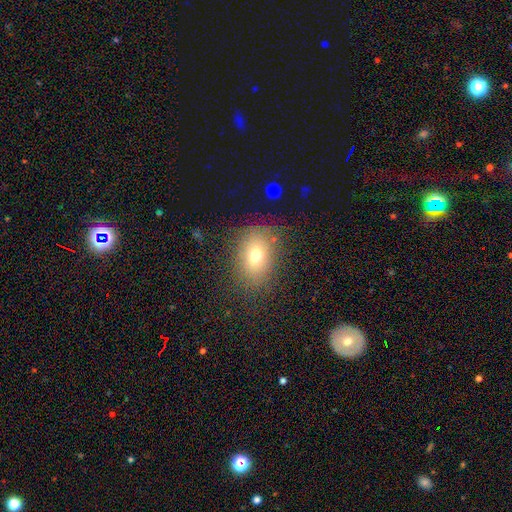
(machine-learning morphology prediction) A smooth galaxy with no disk features (72%) that is in between round and cigar-shaped (69%).

Vote fractions:
- Smooth or featured? smooth: 72% / featured or disk: 15% / star or artifact: 13%
- How rounded? in between: 69% / round: 29% / cigar-shaped: 1%
- Merging? none: 80% / minor disturbance: 13% / major disturbance: 5% / merger: 2%